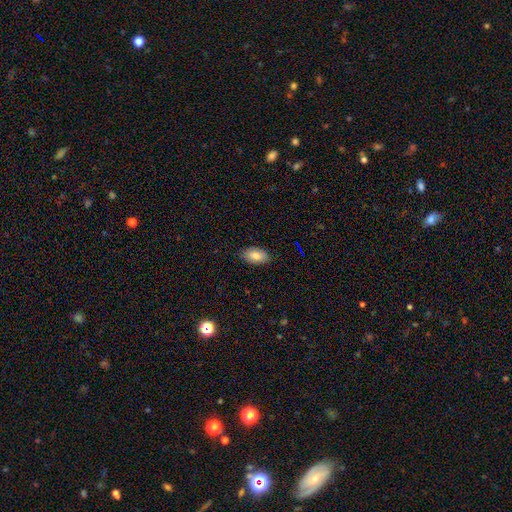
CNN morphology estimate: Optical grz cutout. It shows a smooth galaxy with no disk features (82%) that is in between round and cigar-shaped (93%). Merging: none (85%).